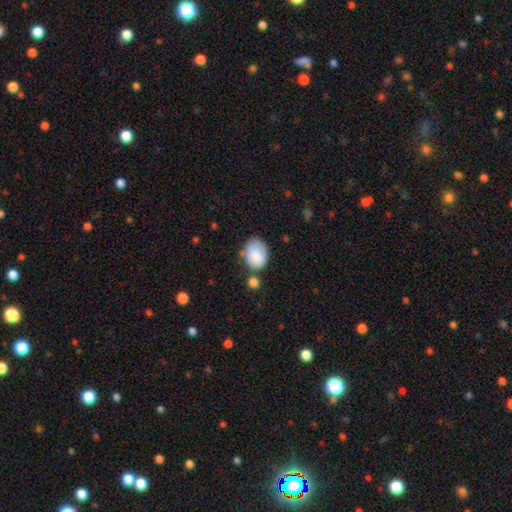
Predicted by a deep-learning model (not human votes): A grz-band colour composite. It shows a smooth galaxy with no disk features (85%) that is in between round and cigar-shaped (74%). Merging: none (52%).